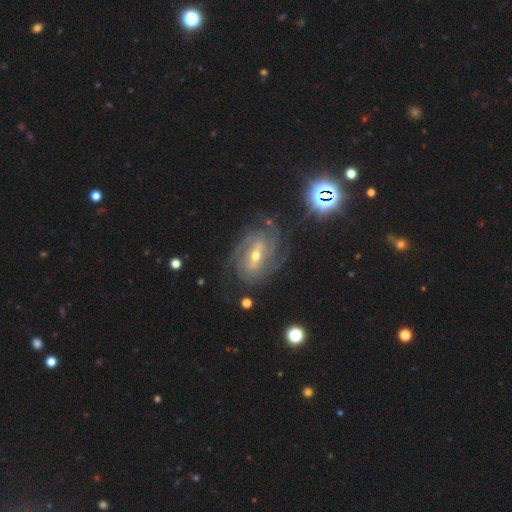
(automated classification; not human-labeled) featured or disk 87%, star or artifact 8%, smooth 5%. Down the decision tree: edge-on disk — no (96%); bar — weak (45%); spiral arms — yes (97%); spiral arm count — 3 (26%); spiral winding — tight (61%); bulge size — moderate (57%); merging — none (73%).